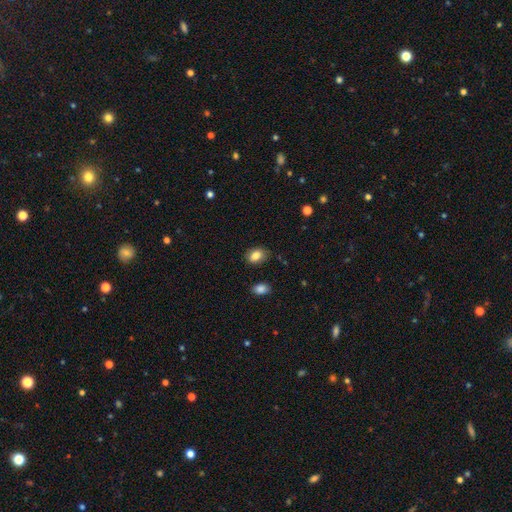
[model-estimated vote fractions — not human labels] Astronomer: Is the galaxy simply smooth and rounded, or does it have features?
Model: smooth — 84%.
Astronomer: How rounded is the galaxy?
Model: in between — 75%.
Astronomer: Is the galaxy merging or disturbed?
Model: none — 82%.